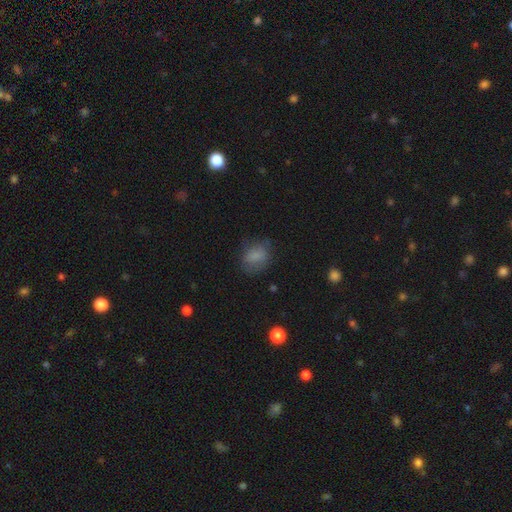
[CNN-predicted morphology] smooth 76%, featured or disk 13%, star or artifact 11%. Down the decision tree: how rounded — in between (56%); merging — none (65%).